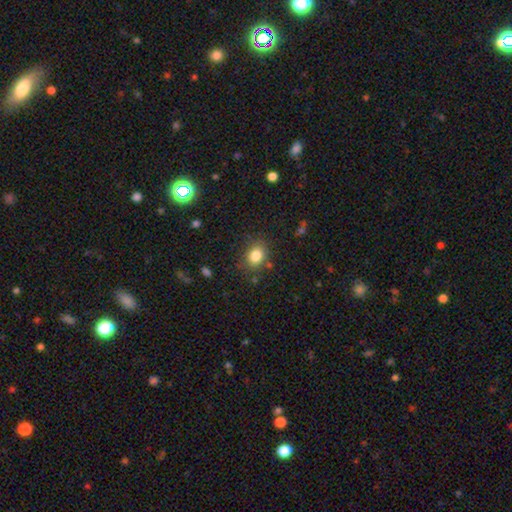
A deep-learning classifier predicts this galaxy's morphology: smooth-or-featured: smooth: 83% | star or artifact: 11% | featured or disk: 7%
  how-rounded: in between: 54% | round: 45% | cigar-shaped: 1%
  merging: none: 81% | minor disturbance: 12% | major disturbance: 4% | merger: 3%